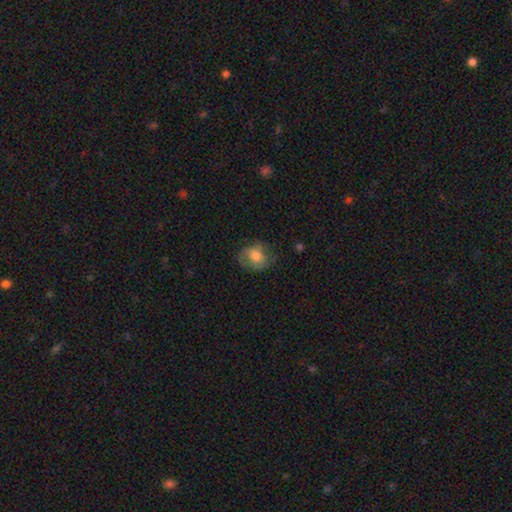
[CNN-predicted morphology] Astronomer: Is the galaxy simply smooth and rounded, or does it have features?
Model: smooth — 68%.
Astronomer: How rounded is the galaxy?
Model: round — 52% (runner-up: in between, 47%).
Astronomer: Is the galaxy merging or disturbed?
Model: none — 61%.